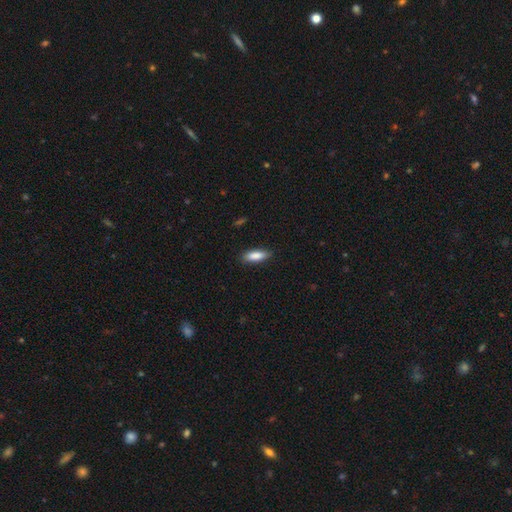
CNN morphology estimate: A smooth galaxy with no disk features (86%) that is in between round and cigar-shaped (58%). Merging: none (87%).